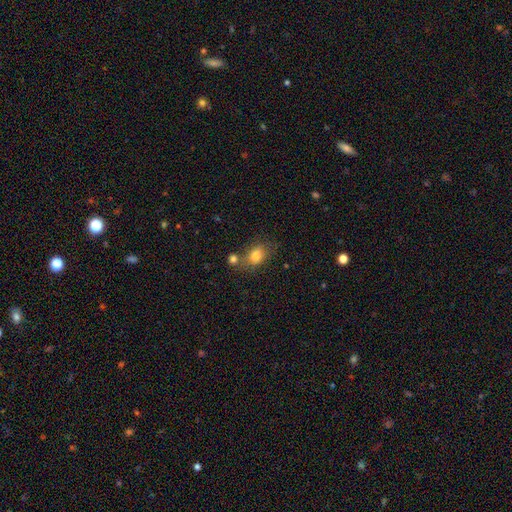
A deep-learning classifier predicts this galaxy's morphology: The model was most divided on "merging": none: 56%, minor disturbance: 19%, merger: 17%, major disturbance: 8%. More confident: smooth or featured — smooth (81%); how rounded — in between (74%).